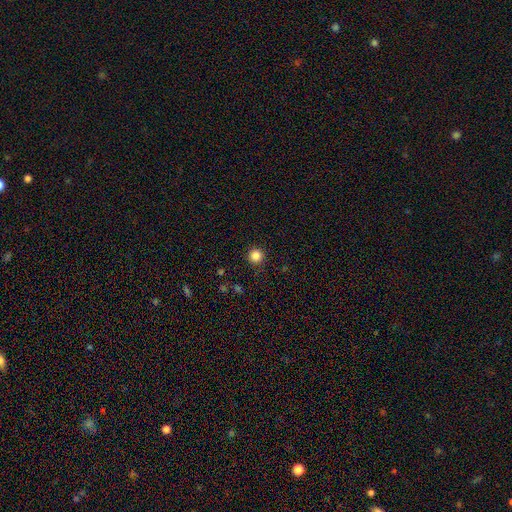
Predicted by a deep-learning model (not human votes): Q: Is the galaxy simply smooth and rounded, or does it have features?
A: smooth — 85%.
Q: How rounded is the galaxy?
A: round — 96%.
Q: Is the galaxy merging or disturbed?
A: none — 92%.